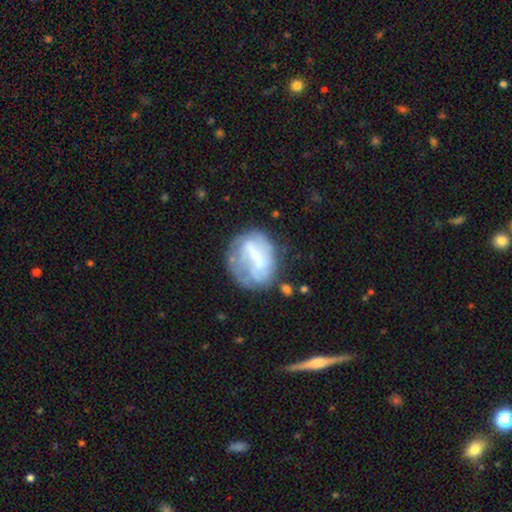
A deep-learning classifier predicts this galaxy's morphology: This is possibly a featured or disk galaxy (57%). It is clearly not viewed edge-on (96%). Bar: possibly strong (47%). Spiral arm pattern: possibly no (58%). Central bulge: marginally none (34%). Merging: possibly none (48%).